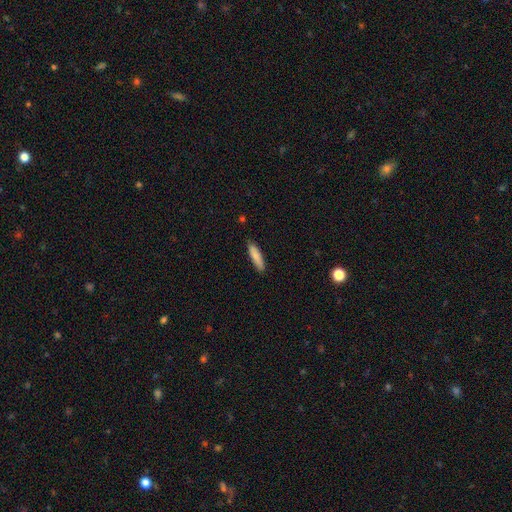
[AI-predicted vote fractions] Smooth or featured? Predicted: smooth (p=0.85). How rounded? Predicted: cigar-shaped (p=0.74). Merging? Predicted: none (p=0.85).